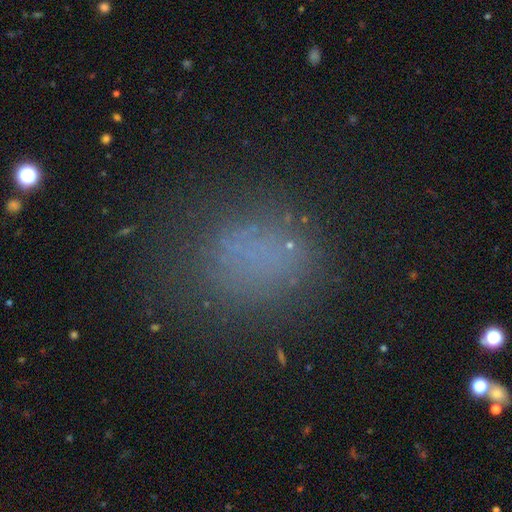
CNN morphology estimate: A smooth galaxy with no disk features (64%) that is round (58%). Merging: none (73%).